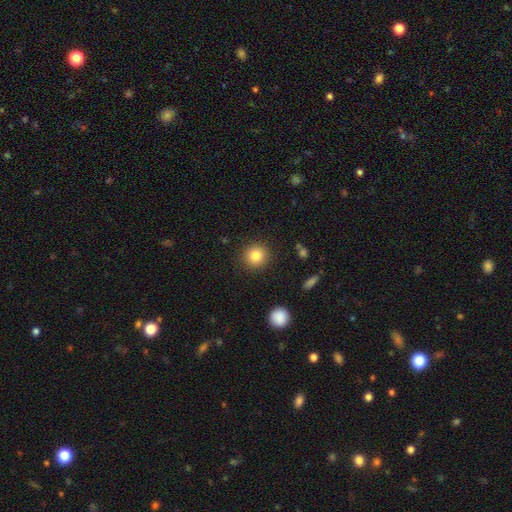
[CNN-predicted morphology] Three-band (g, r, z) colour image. It shows a smooth galaxy with no disk features (84%) that is round (92%). Merging: none (90%).